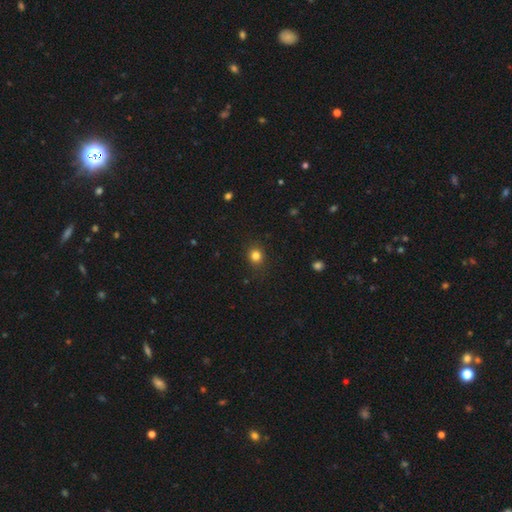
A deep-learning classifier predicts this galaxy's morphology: smooth 82%, star or artifact 13%, featured or disk 5%. Down the decision tree: how rounded — round (79%); merging — none (88%).